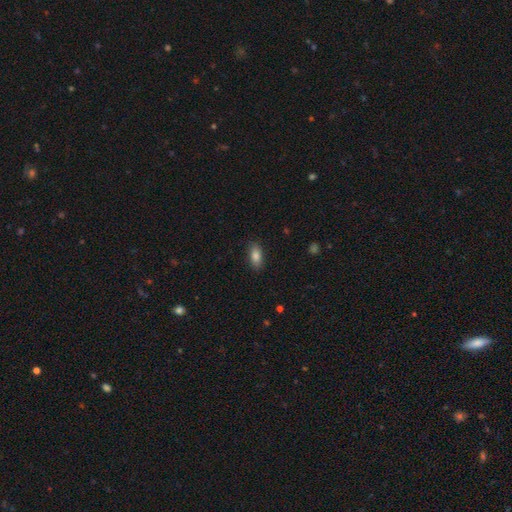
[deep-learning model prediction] Smooth or featured: smooth — 85% (star or artifact — 7%)
How rounded: in between — 88% (cigar-shaped — 9%)
Merging: none — 88% (minor disturbance — 9%)